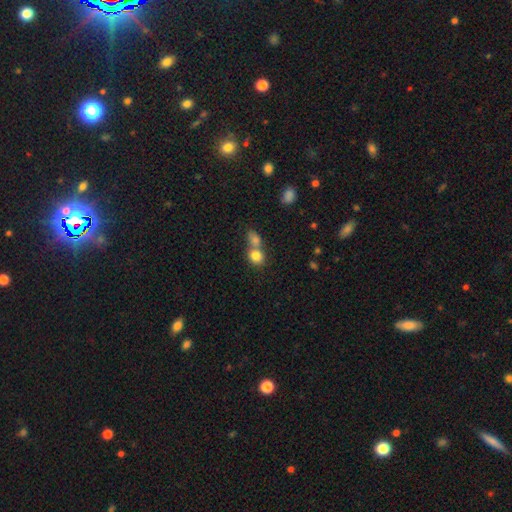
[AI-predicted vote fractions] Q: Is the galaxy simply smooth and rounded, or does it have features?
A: smooth — 81%.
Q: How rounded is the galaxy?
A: round — 72%.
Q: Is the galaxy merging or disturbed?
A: merger — 55%.